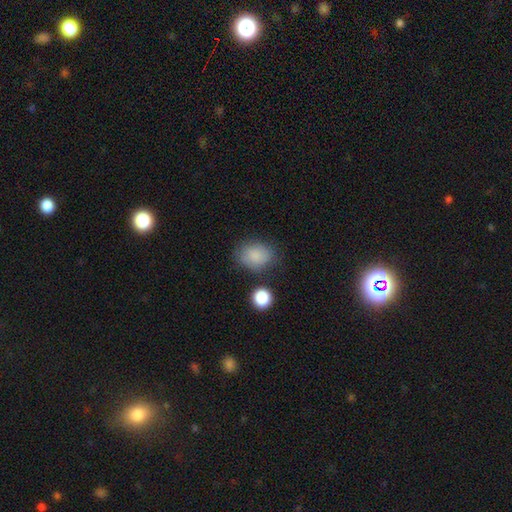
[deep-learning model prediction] Smooth or featured: smooth — 85% (star or artifact — 9%)
How rounded: in between — 58% (round — 41%)
Merging: none — 72% (minor disturbance — 18%)